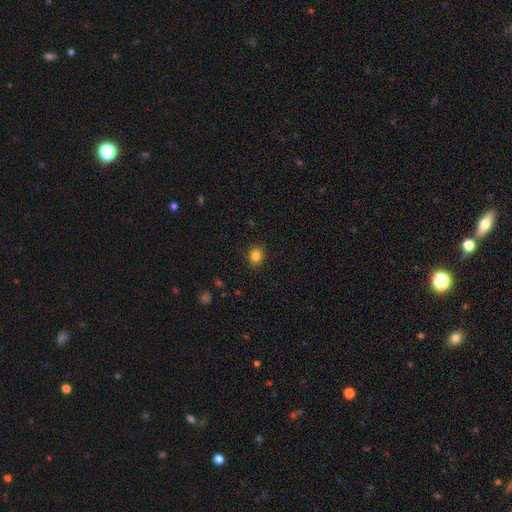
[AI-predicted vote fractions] Smooth or featured? smooth (84%)
How rounded? round (79%)
Merging? none (90%)